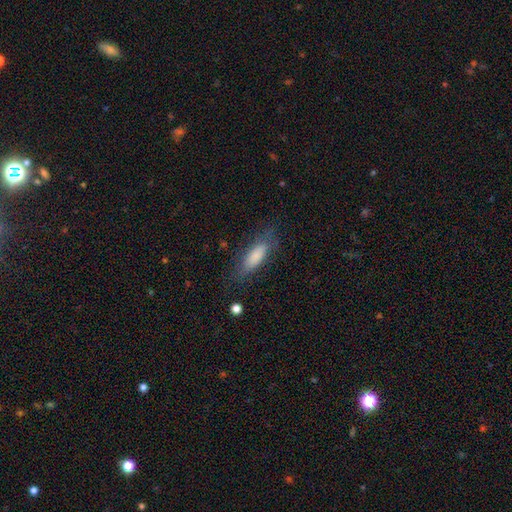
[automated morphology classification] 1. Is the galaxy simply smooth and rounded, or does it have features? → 79% smooth, 15% featured or disk, 7% star or artifact.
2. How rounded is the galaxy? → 62% in between, 36% cigar-shaped, 2% round.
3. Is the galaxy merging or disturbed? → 72% none, 19% minor disturbance, 7% major disturbance, 2% merger.